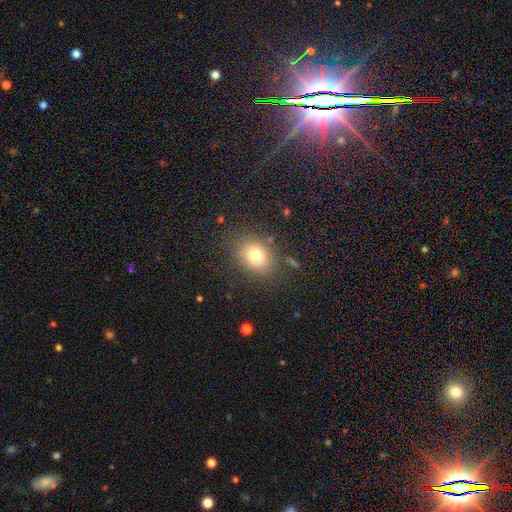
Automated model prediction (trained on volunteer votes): Smooth or featured: smooth — 78% (star or artifact — 12%)
How rounded: in between — 58% (round — 41%)
Merging: none — 81% (minor disturbance — 12%)